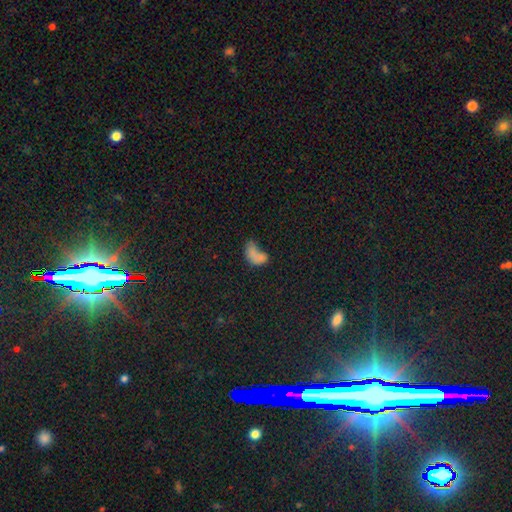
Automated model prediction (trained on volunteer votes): This appears to be a smooth galaxy with no disk features (66%) that is in between round and cigar-shaped (88%). Merging: major disturbance (30%).